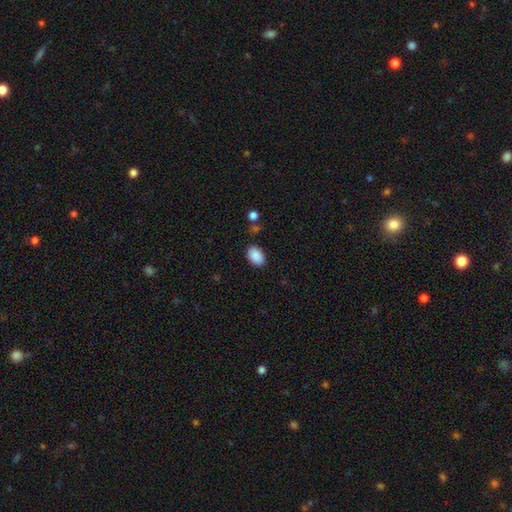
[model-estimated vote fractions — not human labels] This appears to be a smooth galaxy with no disk features (89%) that is in between round and cigar-shaped (89%). Merging: none (85%).